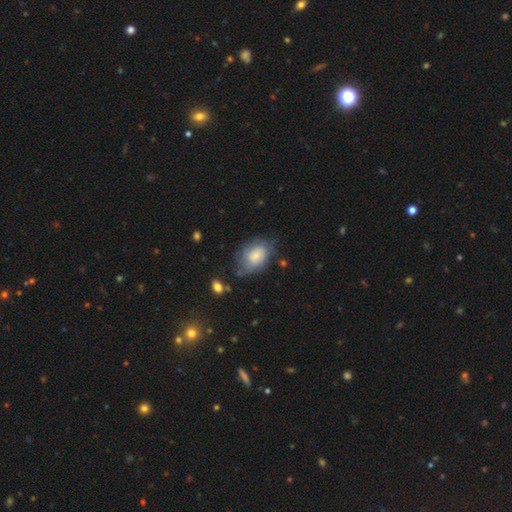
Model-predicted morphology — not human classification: smooth 65%, featured or disk 27%, star or artifact 8%. Down the decision tree: how rounded — in between (78%); merging — none (53%).